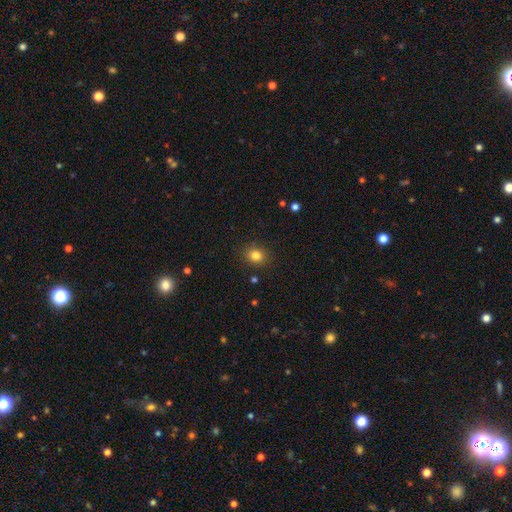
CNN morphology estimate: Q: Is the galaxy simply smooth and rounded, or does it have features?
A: smooth — 83%.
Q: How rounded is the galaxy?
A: round — 63%.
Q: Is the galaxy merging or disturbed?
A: none — 87%.